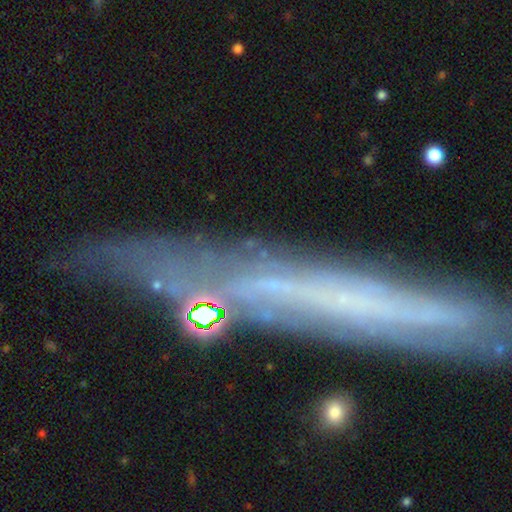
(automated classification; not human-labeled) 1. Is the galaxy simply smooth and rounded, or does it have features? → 63% featured or disk, 25% smooth, 12% star or artifact.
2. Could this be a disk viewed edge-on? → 71% yes, 29% no.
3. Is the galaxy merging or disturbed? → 72% none, 17% minor disturbance, 7% major disturbance, 4% merger.